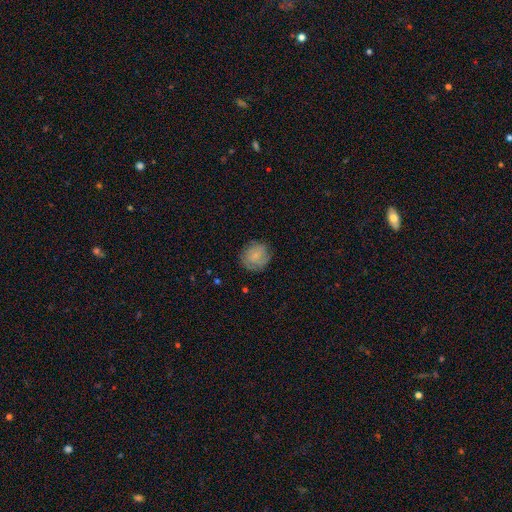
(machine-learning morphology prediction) A smooth galaxy with no disk features (60%) that is round (83%). Merging: none (76%).